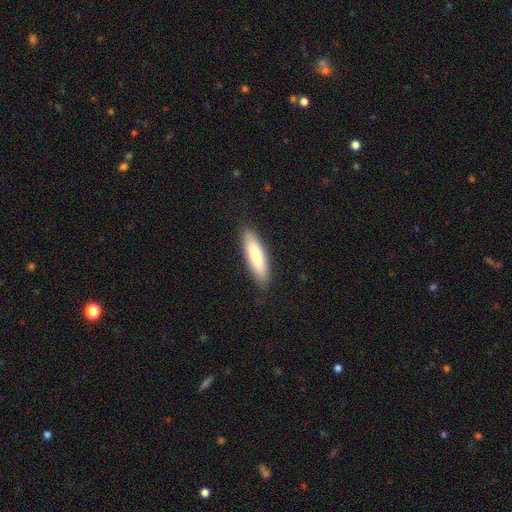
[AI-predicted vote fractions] smooth_or_featured: smooth (p=0.73) [alt: featured or disk p=0.22]
how_rounded: cigar-shaped (p=0.64) [alt: in between p=0.34]
merging: none (p=0.88) [alt: minor disturbance p=0.09]